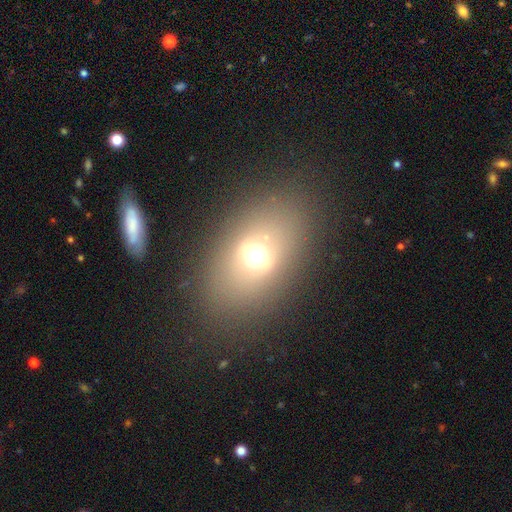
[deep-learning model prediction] This is likely a smooth galaxy (61%). How rounded: likely in between (74%). Merging: clearly none (81%).